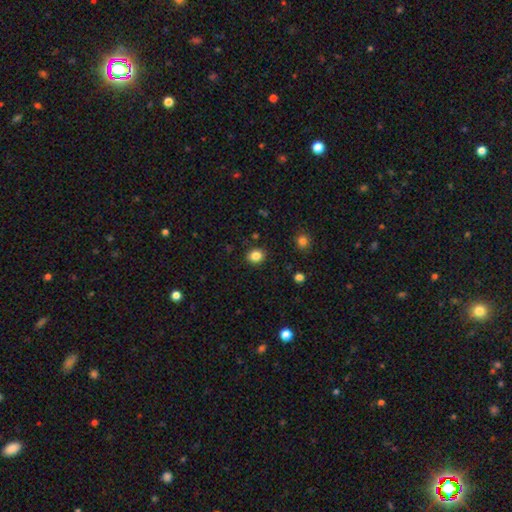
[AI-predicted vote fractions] A smooth galaxy with no disk features (84%) that is round (69%). Merging: none (90%).